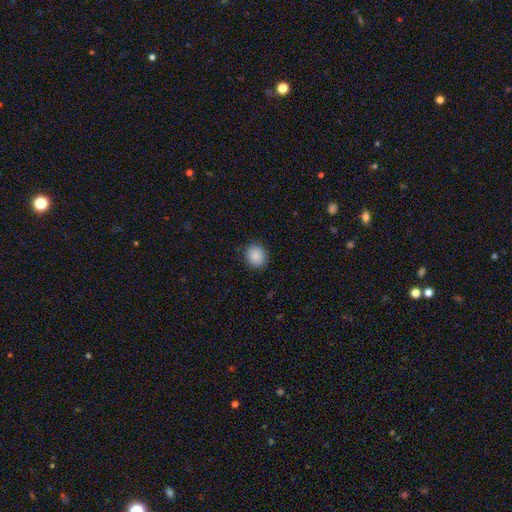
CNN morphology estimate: A smooth galaxy with no disk features (88%) that is round (81%).

Vote fractions:
- Smooth or featured? smooth: 88% / star or artifact: 8% / featured or disk: 3%
- How rounded? round: 81% / in between: 18% / cigar-shaped: 1%
- Merging? none: 90% / minor disturbance: 7% / major disturbance: 2% / merger: 1%